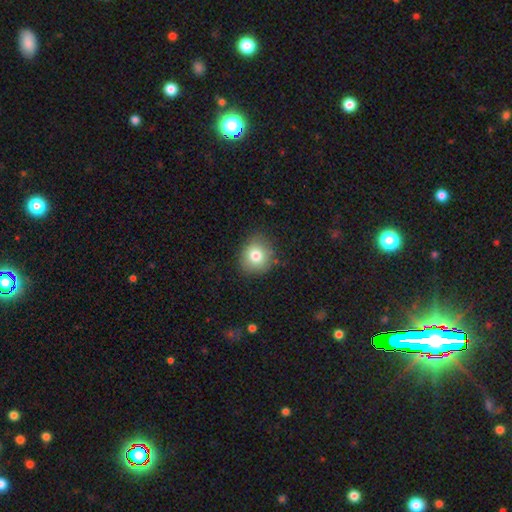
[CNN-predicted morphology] smooth-or-featured: smooth: 79% | featured or disk: 11% | star or artifact: 10%
  how-rounded: round: 83% | in between: 16% | cigar-shaped: 1%
  merging: none: 82% | minor disturbance: 13% | major disturbance: 3% | merger: 1%